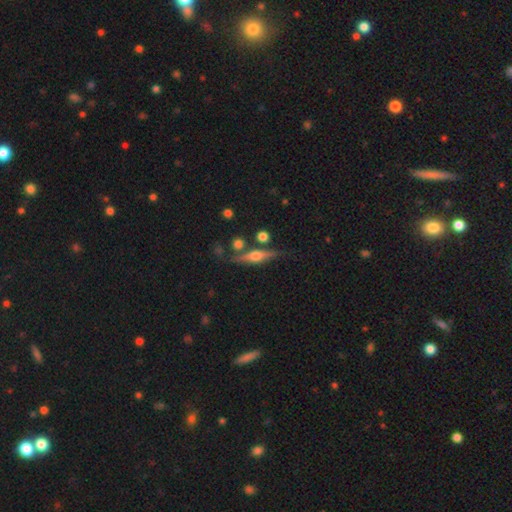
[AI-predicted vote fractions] smooth_or_featured: featured or disk (p=0.70) [alt: smooth p=0.23]
disk_edge_on: yes (p=0.95) [alt: no p=0.05]
edge_on_bulge: rounded (p=0.92) [alt: boxy p=0.05]
merging: none (p=0.77) [alt: minor disturbance p=0.12]